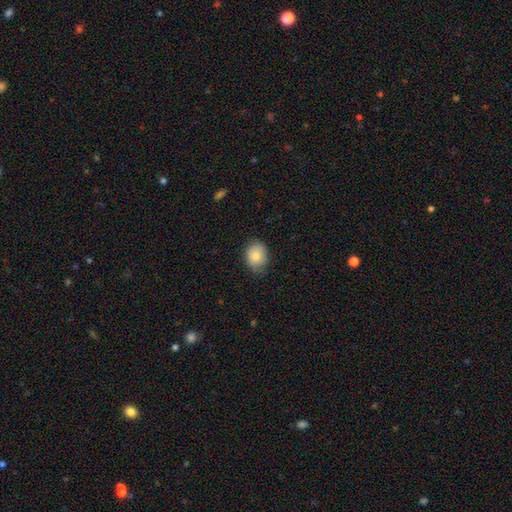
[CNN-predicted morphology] type=smooth (81%); roundness=in between (52%); merging=none (73%).